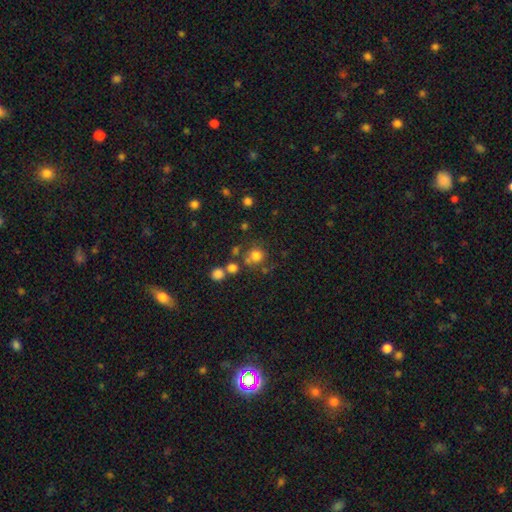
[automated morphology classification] Overall: smooth (75%). How rounded: round (88%). Merging: none (66%).